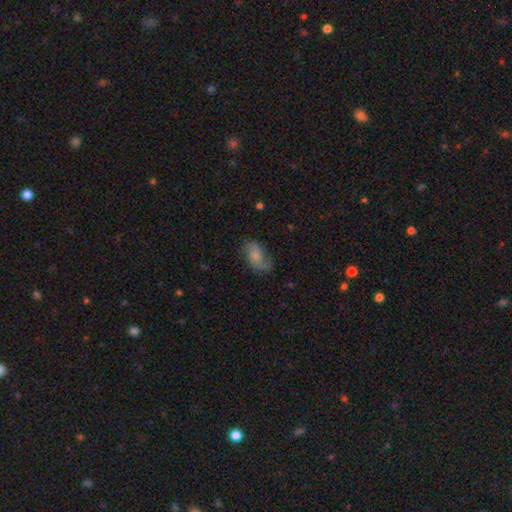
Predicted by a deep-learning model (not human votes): Smooth or featured? Predicted: featured or disk (p=0.56). Edge-on disk? Predicted: no (p=0.96). Bar? Predicted: no (p=0.65). Spiral arms? Predicted: yes (p=0.89). Bulge size? Predicted: small (p=0.43). Merging? Predicted: none (p=0.65).